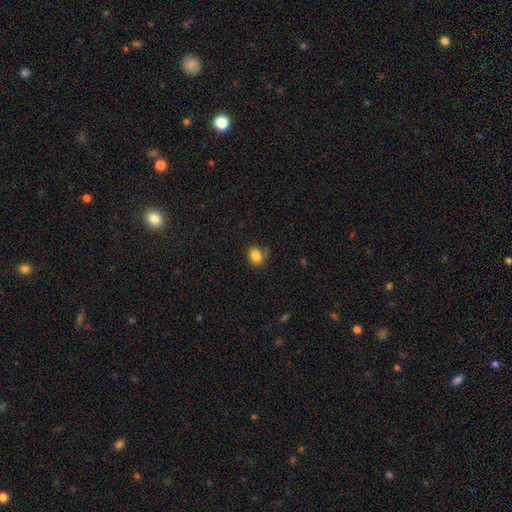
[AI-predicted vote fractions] Morphology: type=smooth (82%); roundness=in between (53%); merging=none (63%).